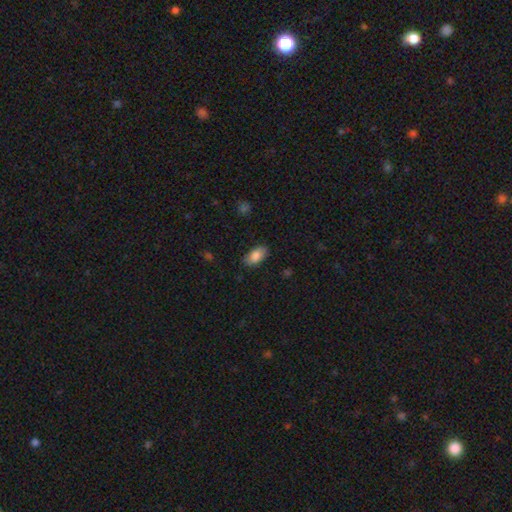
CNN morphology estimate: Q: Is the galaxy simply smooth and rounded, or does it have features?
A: smooth — 86%.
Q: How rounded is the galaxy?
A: in between — 93%.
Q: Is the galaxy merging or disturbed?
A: none — 85%.